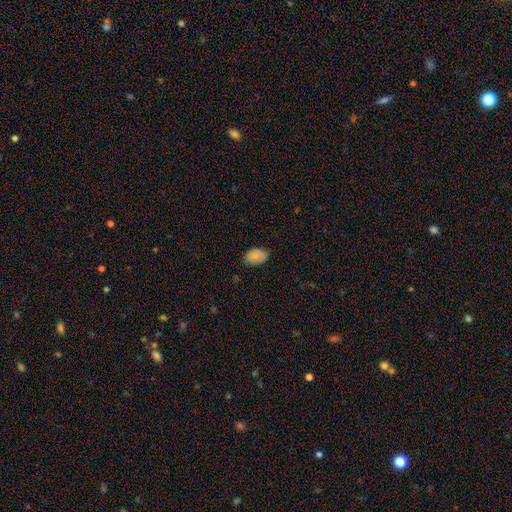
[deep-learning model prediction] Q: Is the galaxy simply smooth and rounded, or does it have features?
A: smooth — 88%.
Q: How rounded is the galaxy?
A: in between — 89%.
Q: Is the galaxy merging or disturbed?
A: none — 81%.